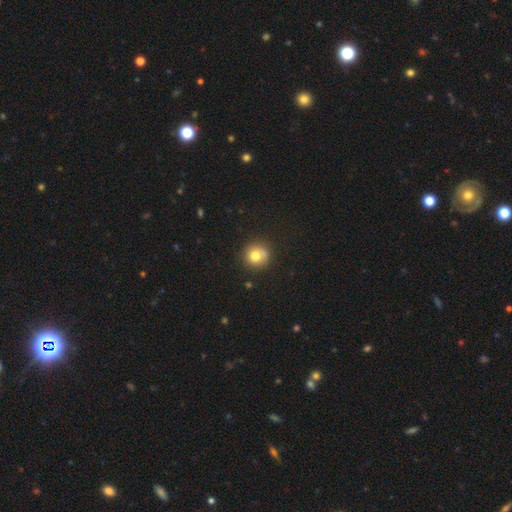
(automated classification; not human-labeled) Morphology: type=smooth (77%); roundness=round (93%); merging=none (81%).